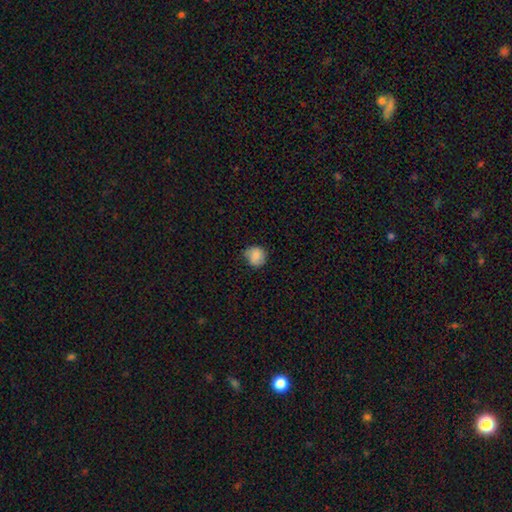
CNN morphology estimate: Overall: smooth (82%). How rounded: round (86%). Merging: none (67%).